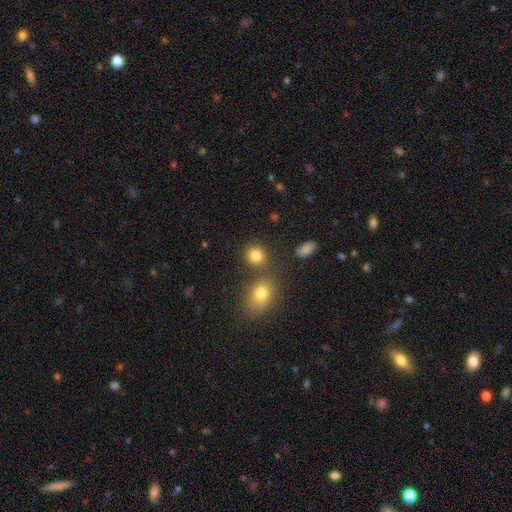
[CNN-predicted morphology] Smooth or featured? Predicted: smooth (p=0.83). How rounded? Predicted: round (p=0.76). Merging? Predicted: none (p=0.74).